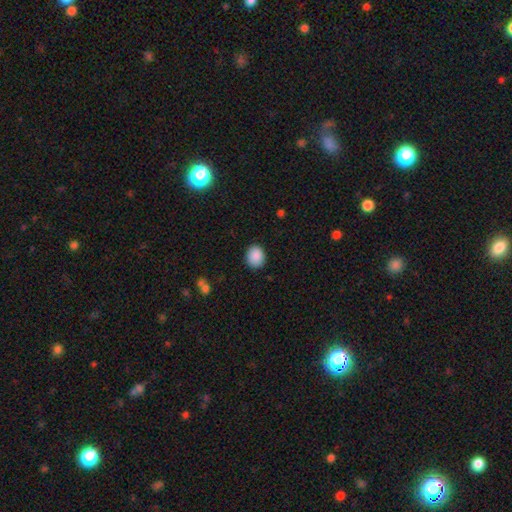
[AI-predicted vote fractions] Smooth or featured? smooth (89%)
How rounded? round (58%)
Merging? none (87%)